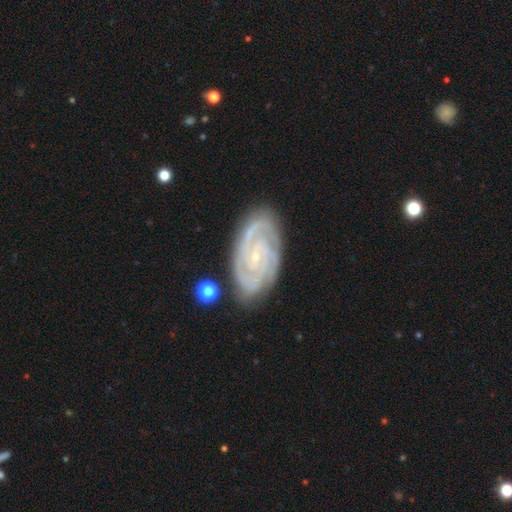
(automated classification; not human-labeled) Smooth or featured? Predicted: featured or disk (p=0.90). Edge-on disk? Predicted: no (p=0.97). Bar? Predicted: no (p=0.63). Spiral arms? Predicted: yes (p=0.98). Spiral winding? Predicted: tight (p=0.75). Spiral arm count? Predicted: 2 (p=0.38). Bulge size? Predicted: small (p=0.85). Merging? Predicted: none (p=0.81).